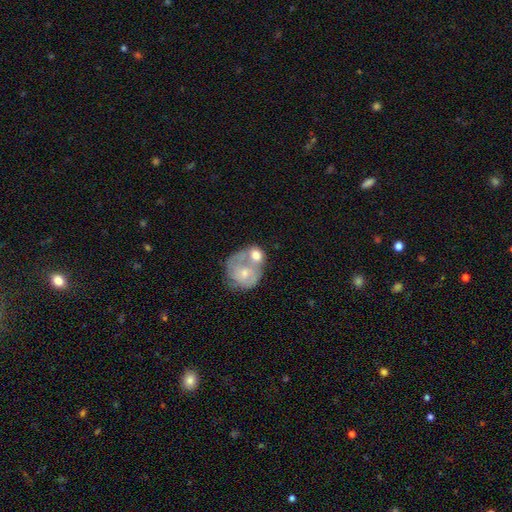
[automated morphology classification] type=smooth (54%); roundness=round (60%); merging=merger (68%).